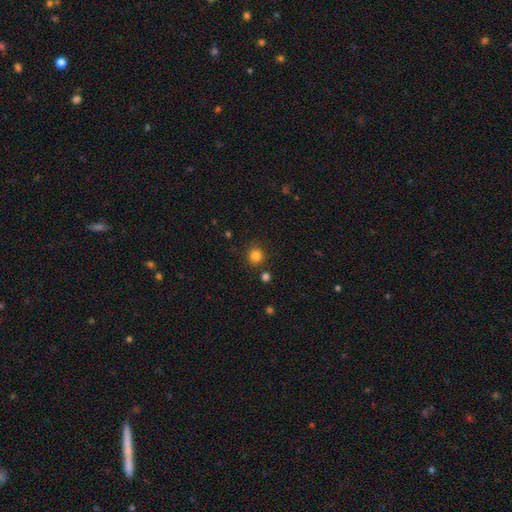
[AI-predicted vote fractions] A smooth galaxy with no disk features (83%) that is round (92%). Merging: none (86%).